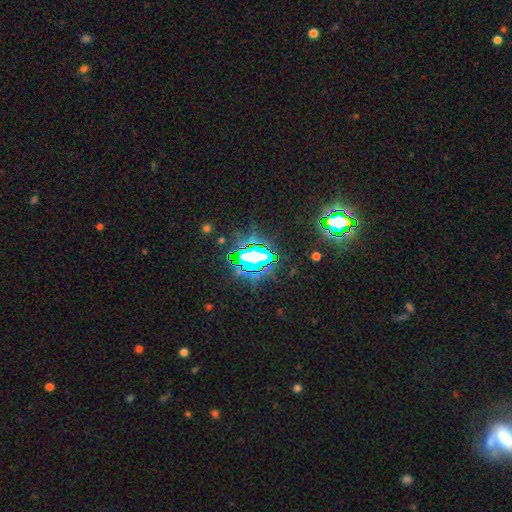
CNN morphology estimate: A star or artifact, not a galaxy (75%).